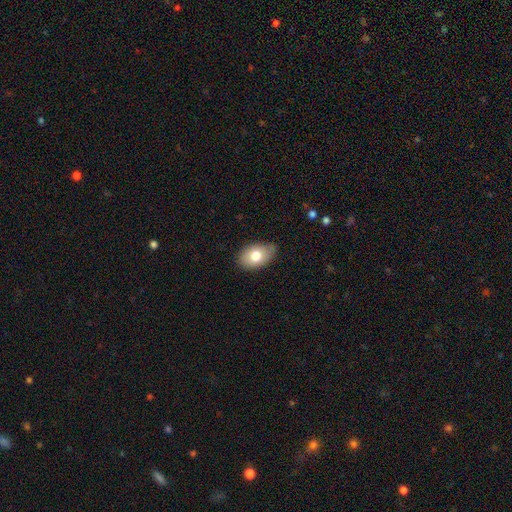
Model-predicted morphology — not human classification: smooth_or_featured: smooth (p=0.76) [alt: featured or disk p=0.17]
how_rounded: in between (p=0.88) [alt: round p=0.11]
merging: none (p=0.77) [alt: minor disturbance p=0.19]